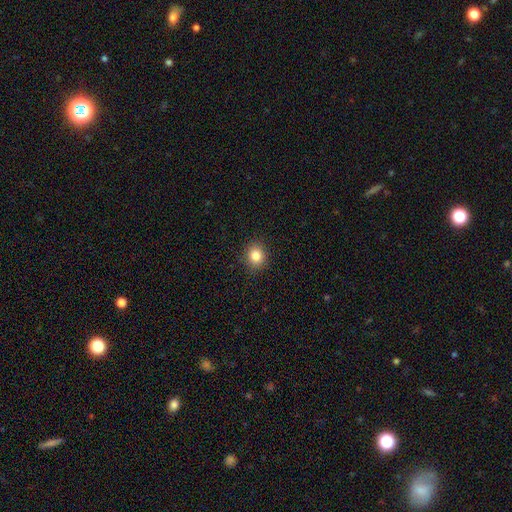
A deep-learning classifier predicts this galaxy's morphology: Smooth or featured? smooth (83%)
How rounded? round (75%)
Merging? none (90%)